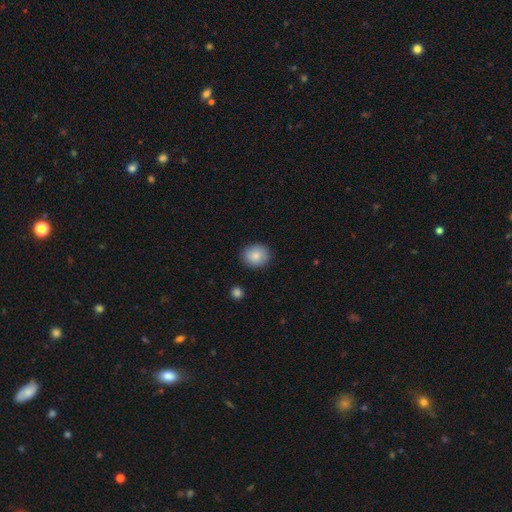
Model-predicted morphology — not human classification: A smooth galaxy with no disk features (86%) that is round (71%). Merging: none (88%).